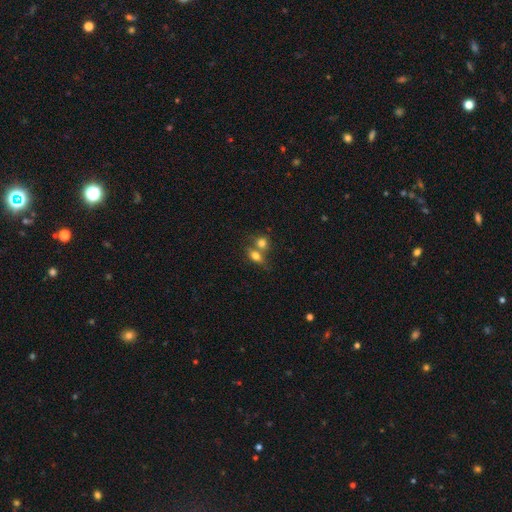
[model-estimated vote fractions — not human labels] This is likely a smooth galaxy (76%). How rounded: likely in between (64%). Merging: possibly merger (55%).